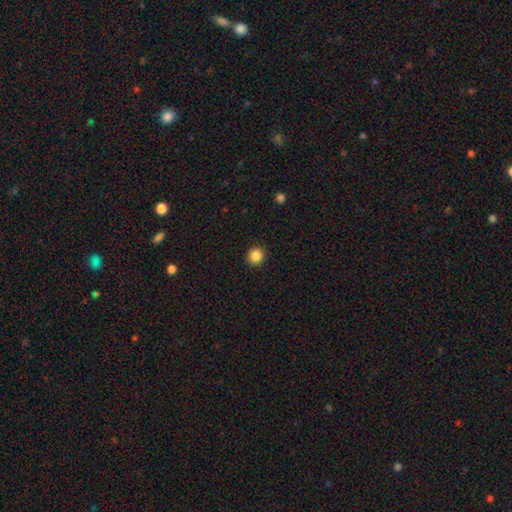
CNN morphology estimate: Smooth or featured? smooth (86%)
How rounded? round (89%)
Merging? none (92%)